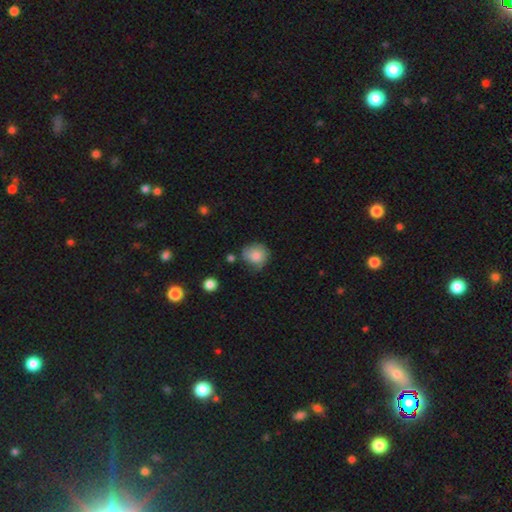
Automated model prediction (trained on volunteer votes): Smooth or featured?
  - smooth: 80% *
  - featured or disk: 12%
  - star or artifact: 8%
How rounded?
  - round: 77% *
  - in between: 22%
  - cigar-shaped: 1%
Merging?
  - none: 51% *
  - minor disturbance: 35%
  - major disturbance: 11%
  - merger: 4%